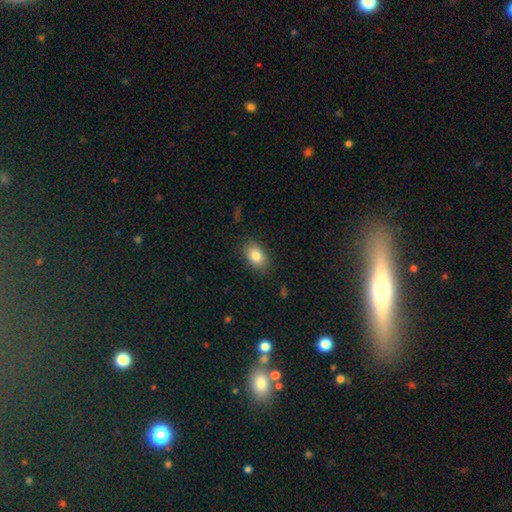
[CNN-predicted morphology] smooth 83%, featured or disk 9%, star or artifact 8%. Down the decision tree: how rounded — in between (84%); merging — none (85%).